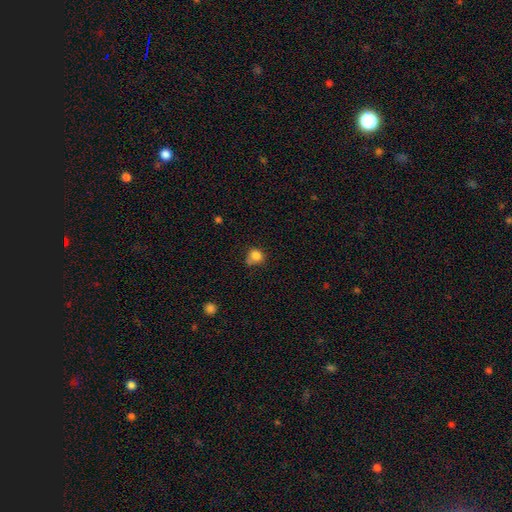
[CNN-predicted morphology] This is clearly a smooth galaxy (82%). How rounded: likely round (74%). Merging: possibly none (51%).